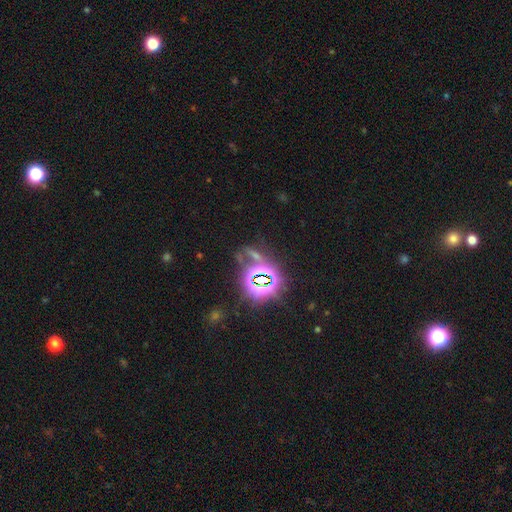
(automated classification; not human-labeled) Morphology: type=star or artifact (75%).